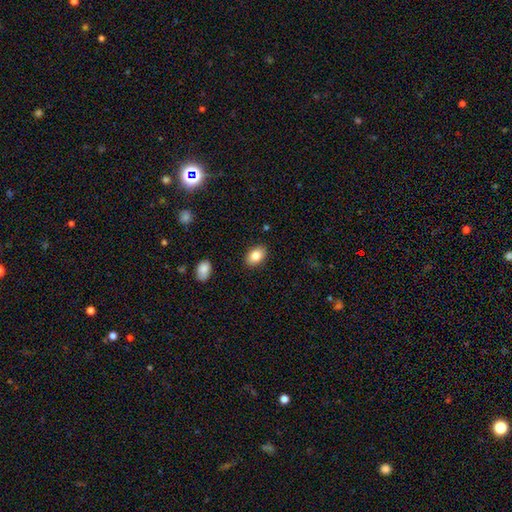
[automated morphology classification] This appears to be a smooth galaxy with no disk features (84%) that is in between round and cigar-shaped (87%). Merging: none (88%).